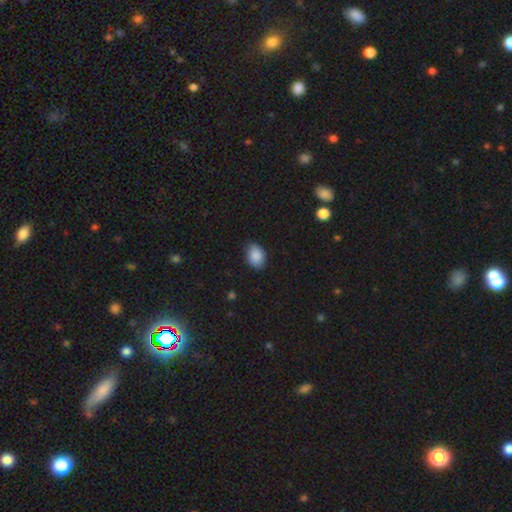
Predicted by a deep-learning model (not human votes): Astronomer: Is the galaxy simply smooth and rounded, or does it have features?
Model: smooth — 89%.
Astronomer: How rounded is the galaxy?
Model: in between — 72%.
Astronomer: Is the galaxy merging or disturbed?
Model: none — 81%.